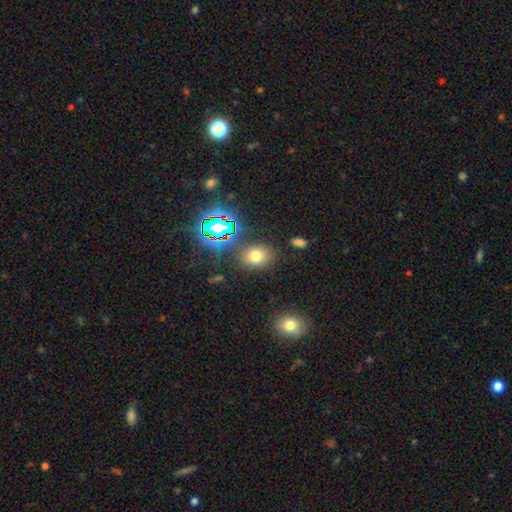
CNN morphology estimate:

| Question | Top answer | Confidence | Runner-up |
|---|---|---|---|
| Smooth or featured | smooth | 68% | star or artifact (23%) |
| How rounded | in between | 53% | round (46%) |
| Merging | none | 81% | minor disturbance (10%) |